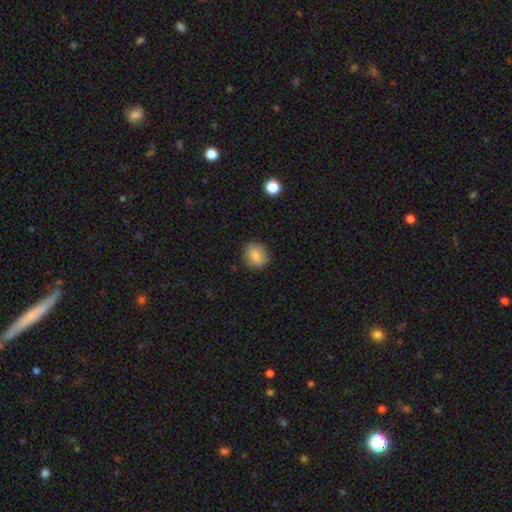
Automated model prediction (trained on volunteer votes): Morphology: type=smooth (83%); roundness=round (71%); merging=none (87%).